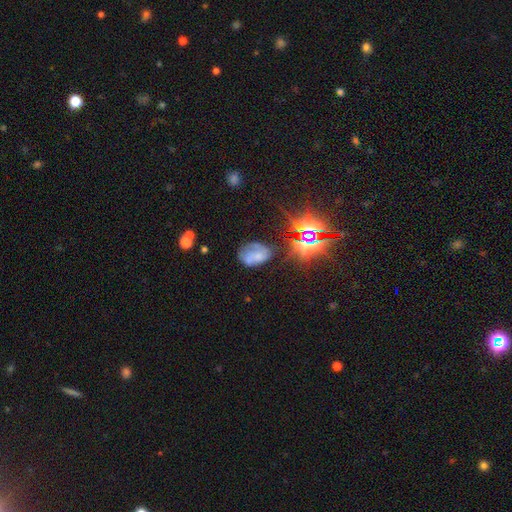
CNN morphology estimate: The model was most divided on "smooth or featured": featured or disk: 49%, smooth: 33%, star or artifact: 18%. Remaining: merging — none (47%).